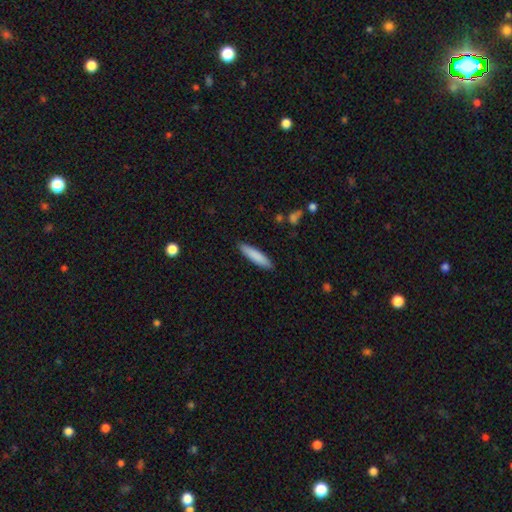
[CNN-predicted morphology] Smooth or featured?
  - smooth: 85% *
  - featured or disk: 10%
  - star or artifact: 5%
How rounded?
  - cigar-shaped: 83% *
  - in between: 15%
  - round: 1%
Merging?
  - none: 89% *
  - minor disturbance: 8%
  - major disturbance: 2%
  - merger: 1%